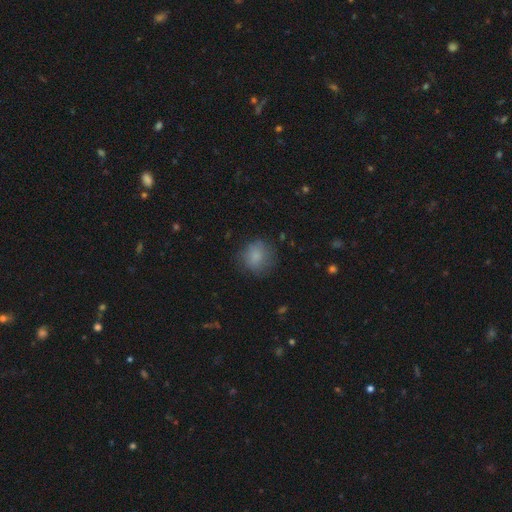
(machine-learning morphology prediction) smooth_or_featured: smooth (p=0.81) [alt: featured or disk p=0.10]
how_rounded: round (p=0.83) [alt: in between p=0.16]
merging: none (p=0.72) [alt: minor disturbance p=0.19]